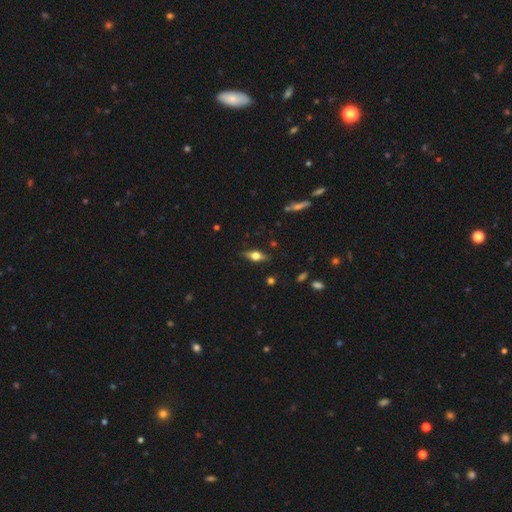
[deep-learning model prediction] A featured or disk galaxy (46%).

Vote fractions:
- Smooth or featured? featured or disk: 46% / smooth: 45% / star or artifact: 8%
- Merging? none: 85% / minor disturbance: 11% / major disturbance: 3% / merger: 1%